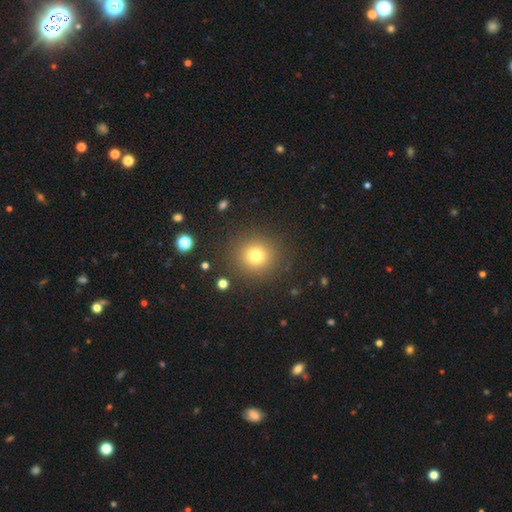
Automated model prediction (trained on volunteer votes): This appears to be a smooth galaxy with no disk features (76%) that is round (91%). Merging: none (87%).